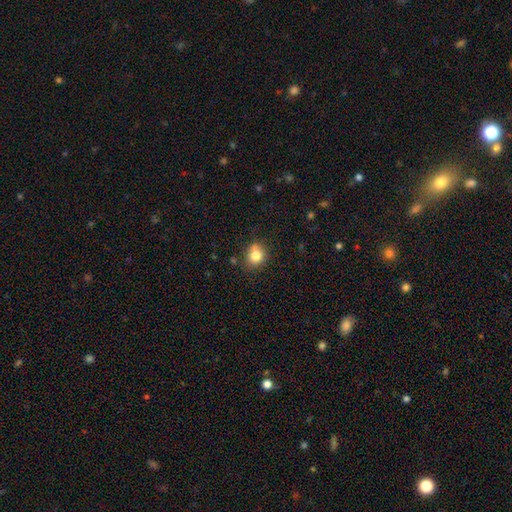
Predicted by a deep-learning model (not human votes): Q: Smooth or featured?
A: smooth (80%); runner-up: star or artifact (11%)
Q: How rounded?
A: round (69%); runner-up: in between (30%)
Q: Merging?
A: none (68%); runner-up: minor disturbance (20%)